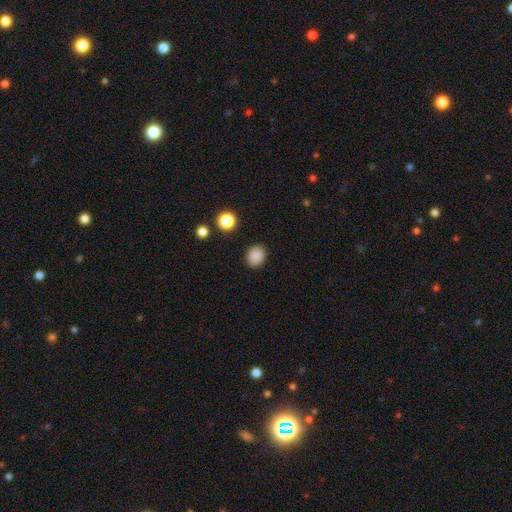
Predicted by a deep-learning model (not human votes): Smooth or featured? smooth (87%)
How rounded? round (52%)
Merging? none (87%)